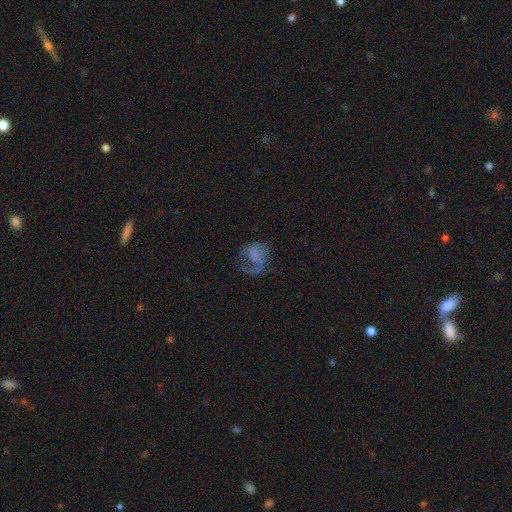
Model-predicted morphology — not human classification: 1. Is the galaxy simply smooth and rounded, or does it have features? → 47% featured or disk, 39% smooth, 14% star or artifact.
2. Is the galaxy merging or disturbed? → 48% major disturbance, 29% none, 19% minor disturbance, 5% merger.